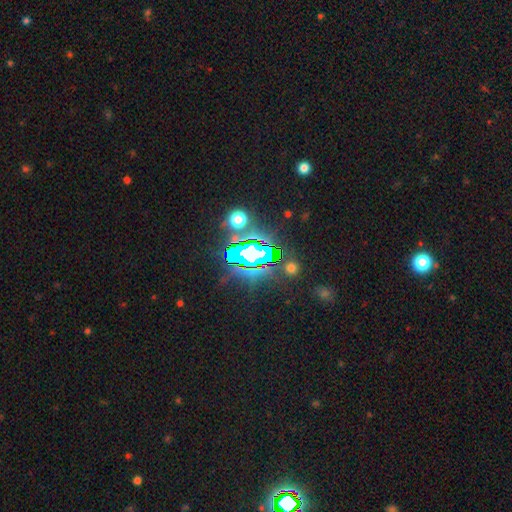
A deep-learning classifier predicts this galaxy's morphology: Q: Smooth or featured?
A: star or artifact (71%); runner-up: smooth (15%)